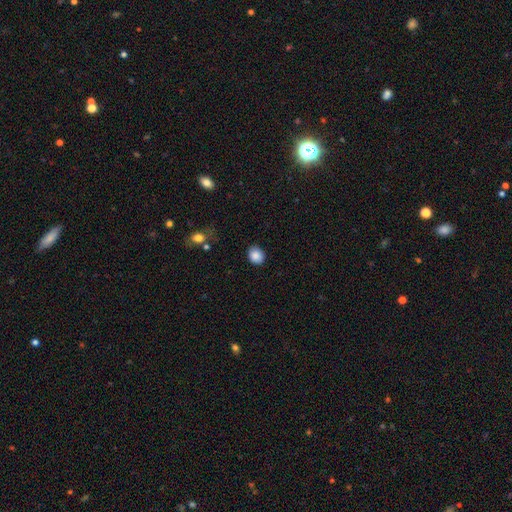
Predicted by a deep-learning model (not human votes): Smooth or featured? Predicted: smooth (p=0.88). How rounded? Predicted: round (p=0.55). Merging? Predicted: none (p=0.86).